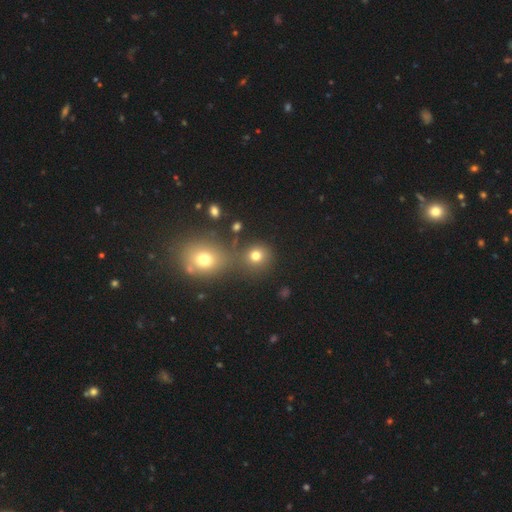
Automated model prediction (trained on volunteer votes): Smooth or featured: smooth — 75% (star or artifact — 18%)
How rounded: round — 88% (in between — 11%)
Merging: none — 66% (merger — 23%)